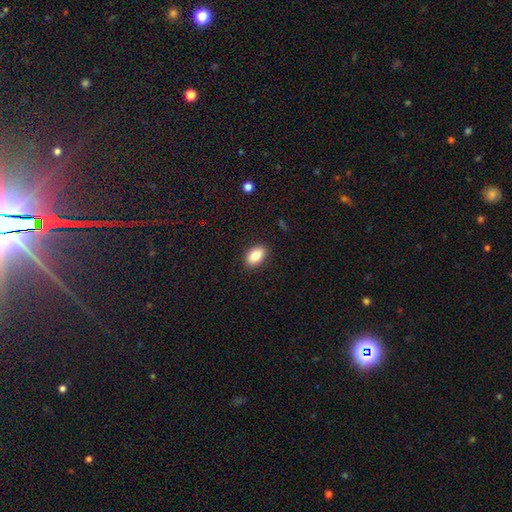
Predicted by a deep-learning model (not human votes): Smooth or featured? Predicted: smooth (p=0.85). How rounded? Predicted: in between (p=0.90). Merging? Predicted: none (p=0.89).